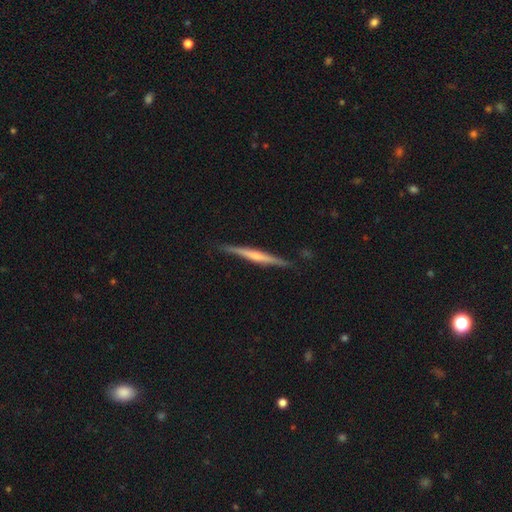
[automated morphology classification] Smooth or featured? featured or disk (64%)
Edge-on disk? yes (97%)
Edge-on bulge? rounded (45%)
Merging? none (86%)